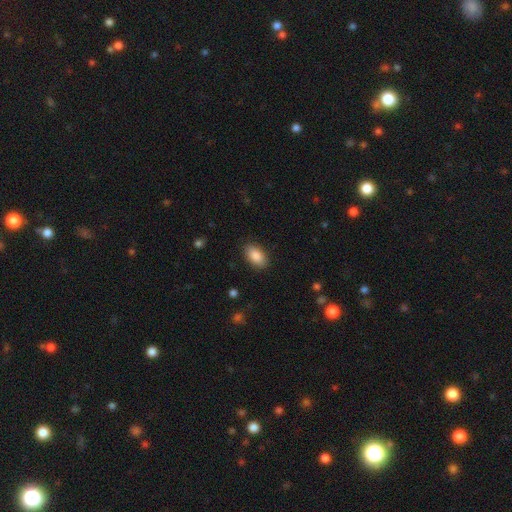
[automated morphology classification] smooth 88%, star or artifact 7%, featured or disk 5%. Down the decision tree: how rounded — in between (93%); merging — none (87%).